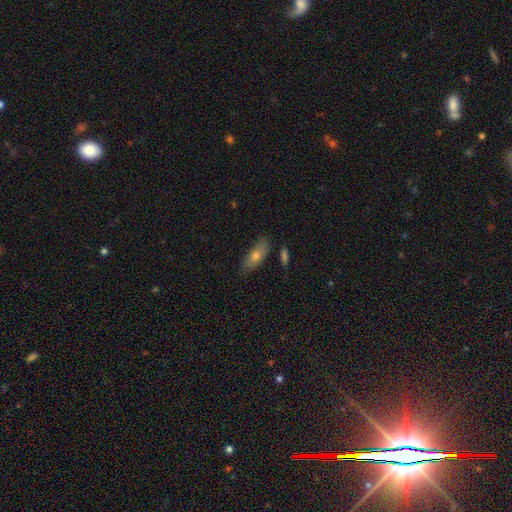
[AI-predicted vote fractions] Overall: smooth (70%). How rounded: in between (67%; cigar-shaped 30%). Merging: none (81%).